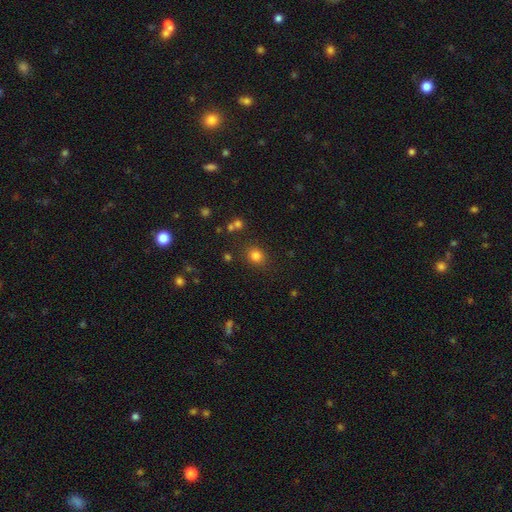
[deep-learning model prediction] Overall: smooth (81%). How rounded: round (75%). Merging: none (84%).